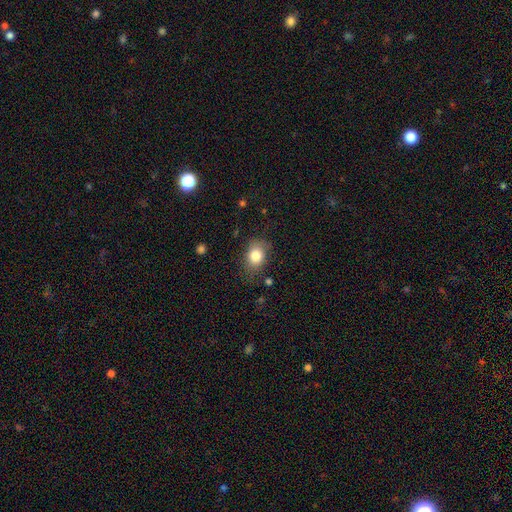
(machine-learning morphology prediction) Smooth or featured? smooth (82%)
How rounded? in between (61%)
Merging? none (71%)